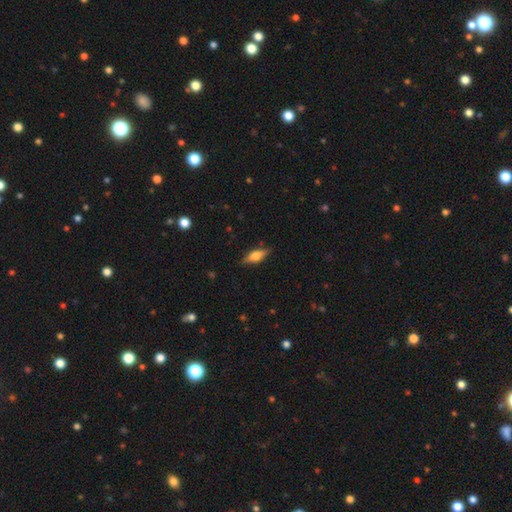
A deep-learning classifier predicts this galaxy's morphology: A smooth galaxy with no disk features (50%). Merging: none (84%).